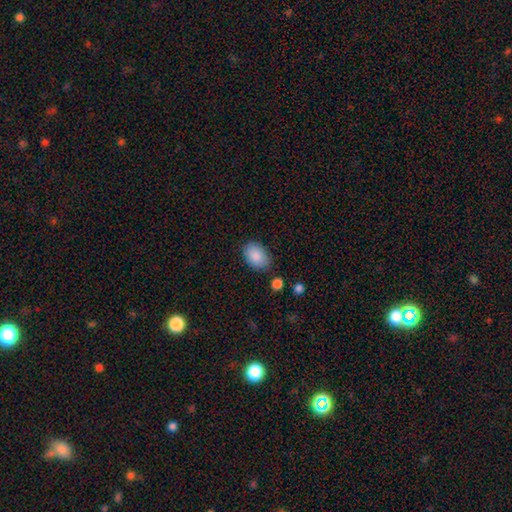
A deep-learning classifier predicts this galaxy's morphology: smooth_or_featured: smooth (p=0.88) [alt: star or artifact p=0.07]
how_rounded: in between (p=0.89) [alt: round p=0.09]
merging: none (p=0.82) [alt: minor disturbance p=0.13]